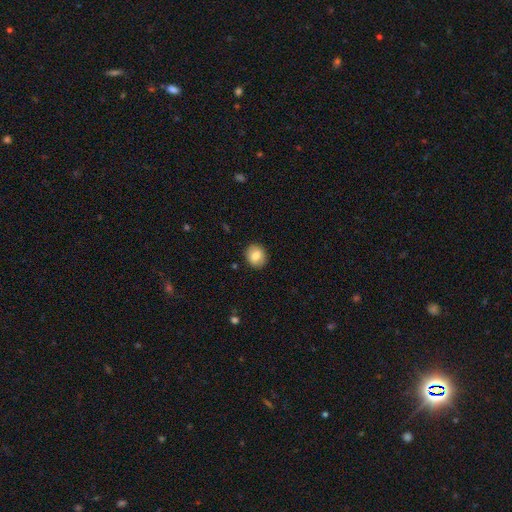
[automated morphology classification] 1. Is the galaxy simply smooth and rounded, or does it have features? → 81% smooth, 11% featured or disk, 8% star or artifact.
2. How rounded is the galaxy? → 70% round, 30% in between, 1% cigar-shaped.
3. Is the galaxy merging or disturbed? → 90% none, 7% minor disturbance, 2% major disturbance, 1% merger.